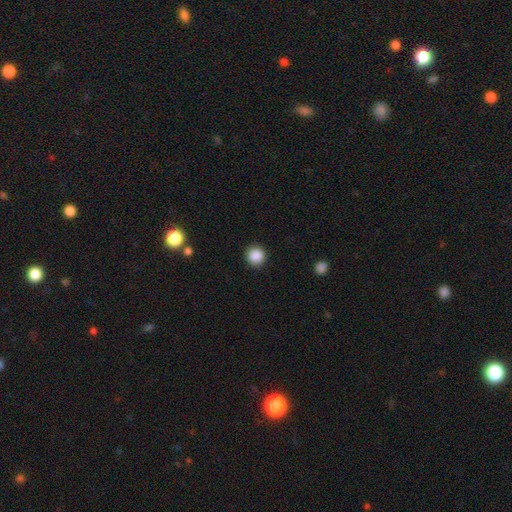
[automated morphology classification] A smooth galaxy with no disk features (88%) that is round (94%).

Vote fractions:
- Smooth or featured? smooth: 88% / star or artifact: 9% / featured or disk: 3%
- How rounded? round: 94% / in between: 5% / cigar-shaped: 1%
- Merging? none: 92% / minor disturbance: 6% / major disturbance: 2% / merger: 1%